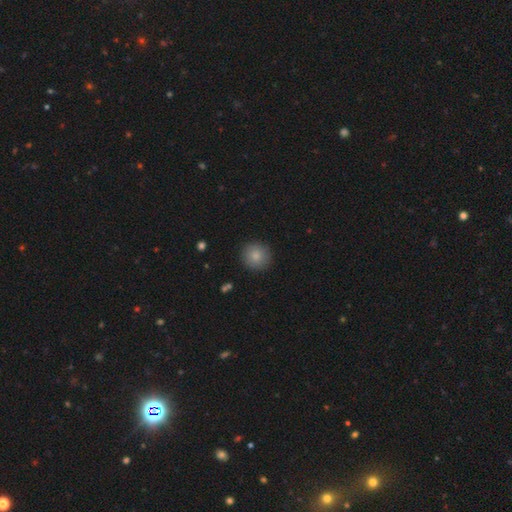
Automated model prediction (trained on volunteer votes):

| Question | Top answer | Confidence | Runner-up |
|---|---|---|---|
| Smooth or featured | smooth | 85% | star or artifact (8%) |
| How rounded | round | 94% | in between (5%) |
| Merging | none | 91% | minor disturbance (7%) |